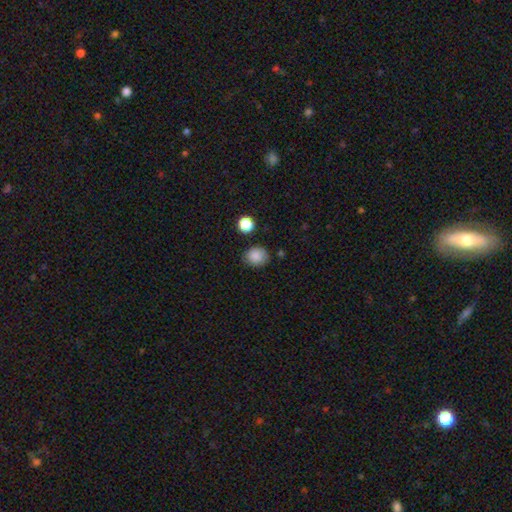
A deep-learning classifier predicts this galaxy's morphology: A smooth galaxy with no disk features (86%) that is round (68%). Merging: none (81%).